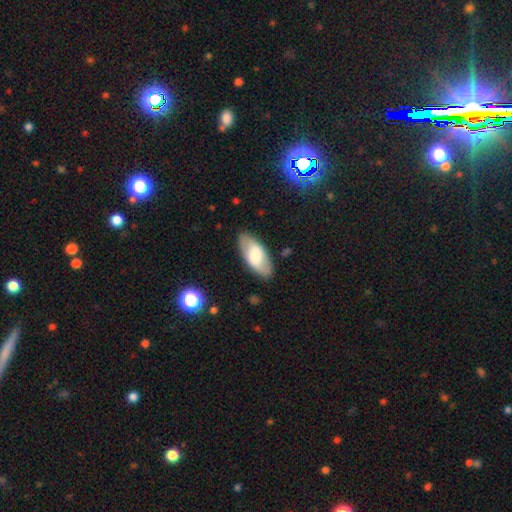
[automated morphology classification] smooth 61%, featured or disk 33%, star or artifact 6%. Down the decision tree: how rounded — in between (90%); merging — none (85%).